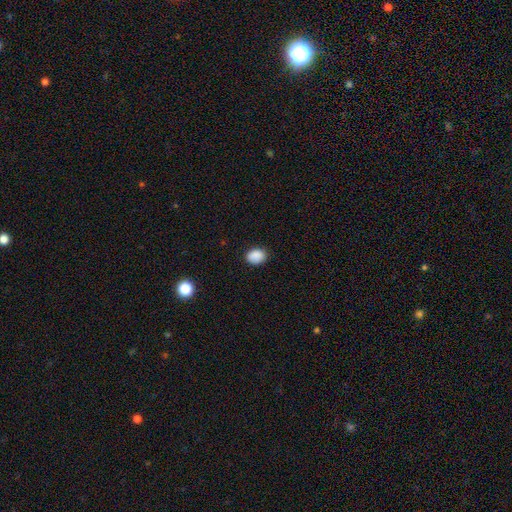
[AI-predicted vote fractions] Morphology: type=smooth (89%); roundness=in between (67%); merging=none (85%).